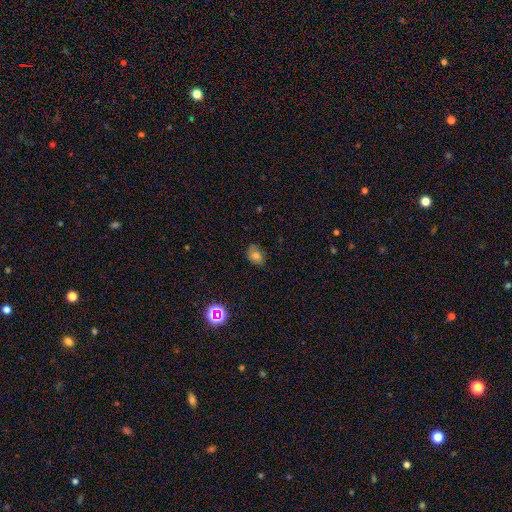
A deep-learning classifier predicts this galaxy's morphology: Smooth or featured? smooth (69%)
How rounded? in between (68%)
Merging? none (74%)